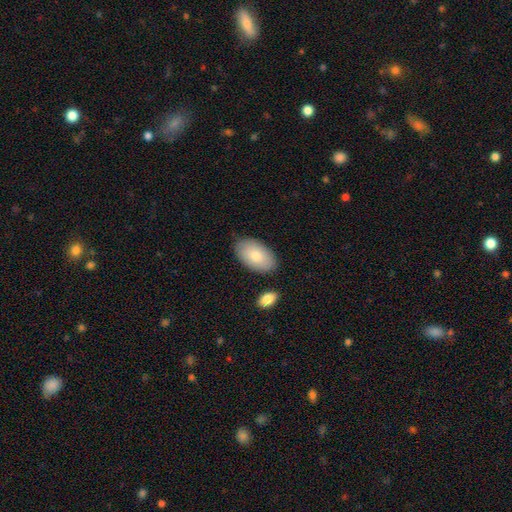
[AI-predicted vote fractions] Smooth or featured? Predicted: smooth (p=0.80). How rounded? Predicted: in between (p=0.95). Merging? Predicted: none (p=0.81).